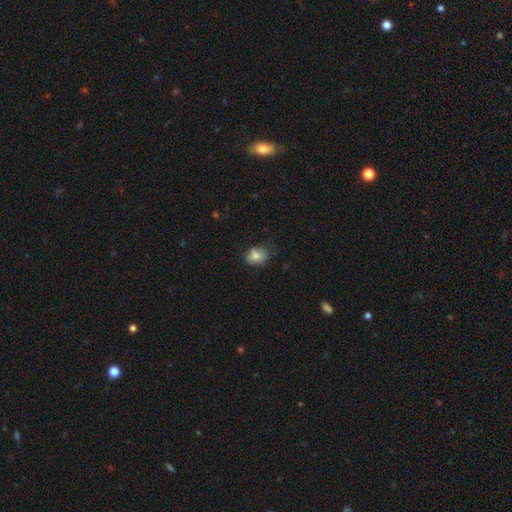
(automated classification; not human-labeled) Morphology: type=smooth (77%); roundness=in between (61%); merging=none (66%).